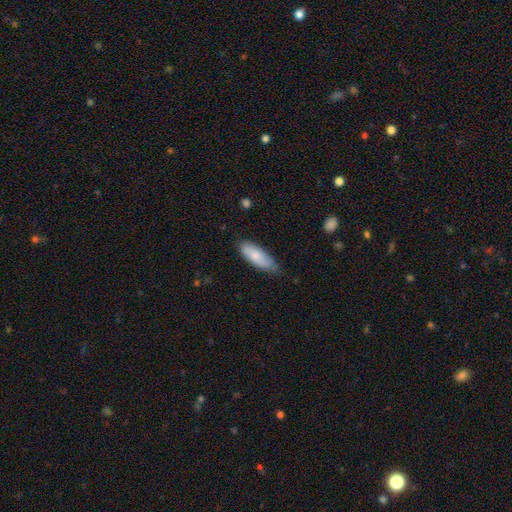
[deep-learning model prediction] Smooth or featured? smooth (78%)
How rounded? in between (68%)
Merging? none (67%)